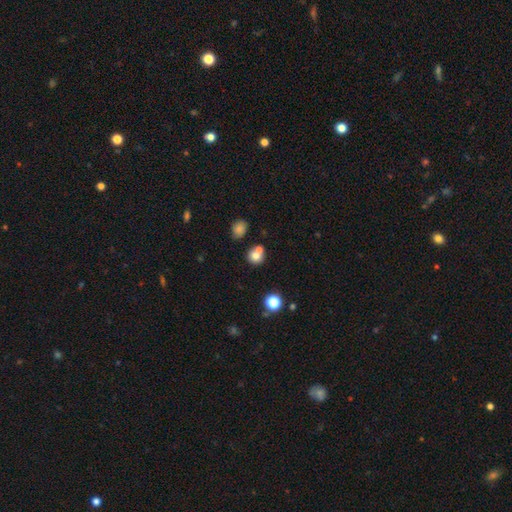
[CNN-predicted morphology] Smooth or featured? Predicted: smooth (p=0.75). How rounded? Predicted: round (p=0.84). Merging? Predicted: none (p=0.49).